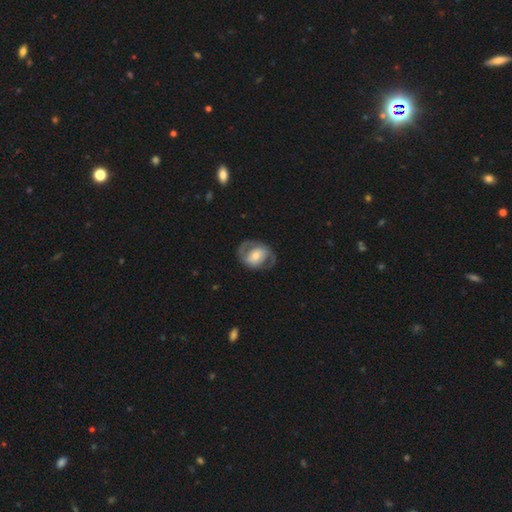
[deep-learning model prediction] A featured or disk galaxy (67%) with no bar (45%), spiral arms (71%) and a moderate central bulge (57%). Merging: none (72%).